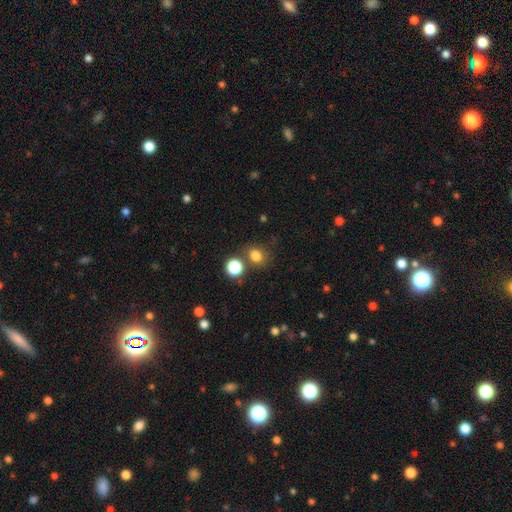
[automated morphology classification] Smooth or featured? Predicted: smooth (p=0.79). How rounded? Predicted: round (p=0.65). Merging? Predicted: none (p=0.70).